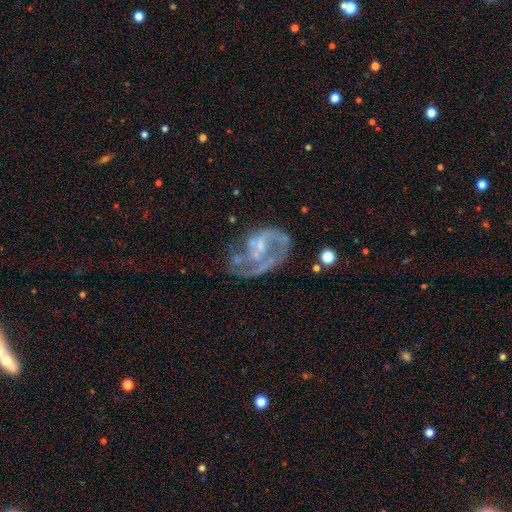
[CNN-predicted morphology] A featured or disk galaxy (75%) with no bar (63%), spiral arms (60%) and no central bulge (40%).

Vote fractions:
- Smooth or featured? featured or disk: 75% / smooth: 15% / star or artifact: 9%
- Edge-on disk? no: 98% / yes: 2%
- Bar? no: 63% / weak: 29% / strong: 8%
- Spiral arms? yes: 60% / no: 40%
- Bulge size? none: 40% / small: 38% / moderate: 19% / large: 2% / dominant: 1%
- Merging? none: 36% / major disturbance: 34% / minor disturbance: 20% / merger: 10%